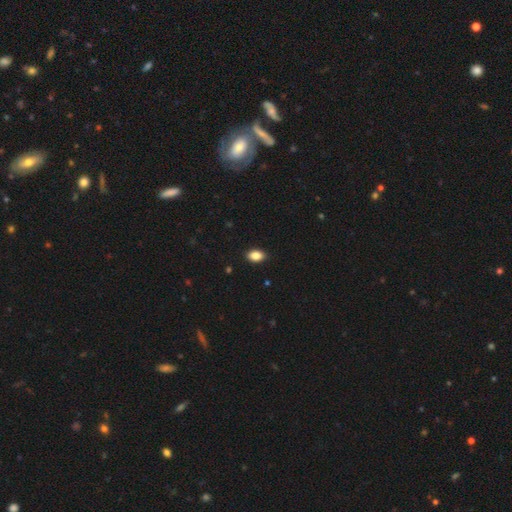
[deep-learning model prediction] Smooth or featured? Predicted: smooth (p=0.86). How rounded? Predicted: in between (p=0.87). Merging? Predicted: none (p=0.89).